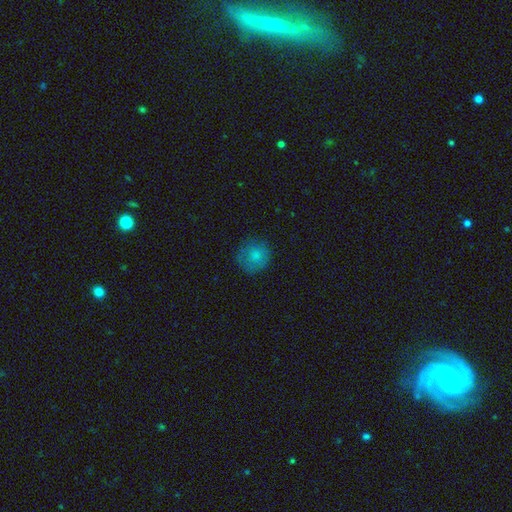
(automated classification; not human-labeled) A smooth galaxy with no disk features (80%) that is round (91%). Merging: none (78%).